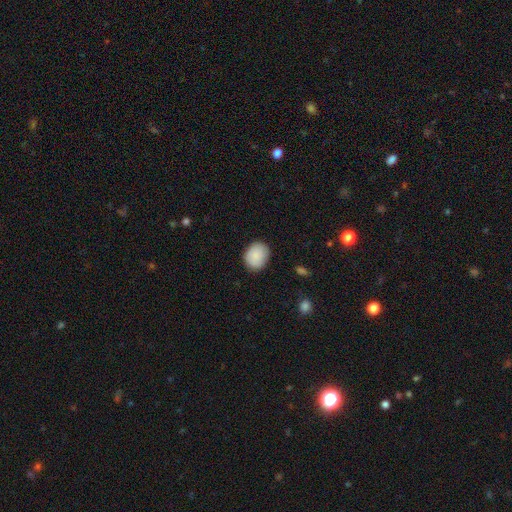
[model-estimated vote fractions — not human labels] This appears to be a smooth galaxy with no disk features (89%) that is round (58%). Merging: none (85%).